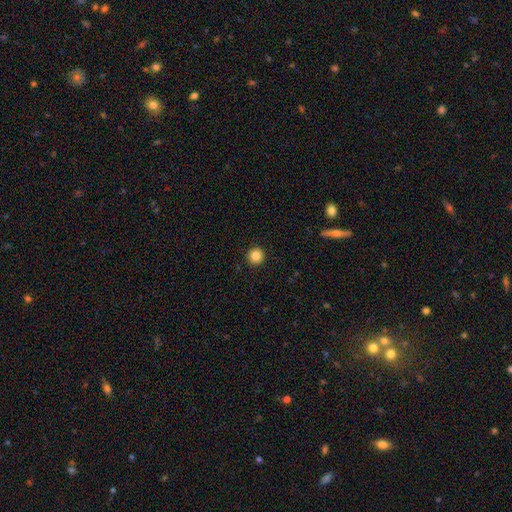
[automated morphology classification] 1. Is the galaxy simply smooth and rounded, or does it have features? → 86% smooth, 10% star or artifact, 4% featured or disk.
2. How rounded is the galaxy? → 95% round, 4% in between, 1% cigar-shaped.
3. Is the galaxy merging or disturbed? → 93% none, 4% minor disturbance, 2% major disturbance, 1% merger.